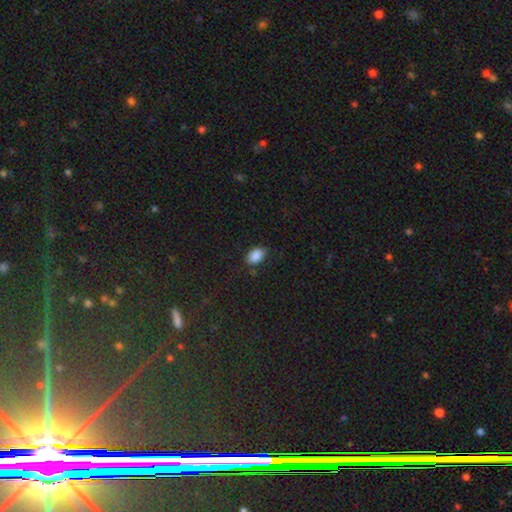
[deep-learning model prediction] A smooth galaxy with no disk features (86%) that is in between round and cigar-shaped (90%). Merging: none (77%).